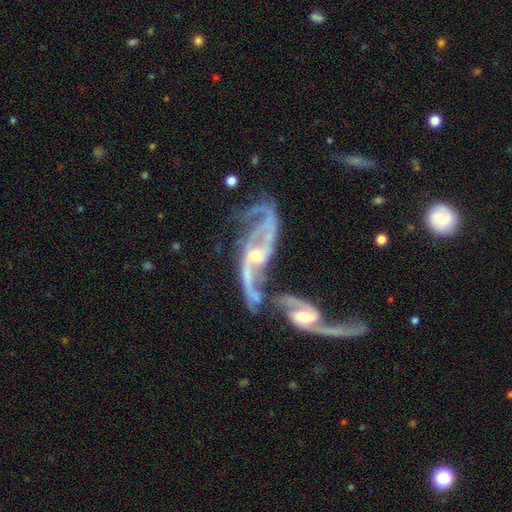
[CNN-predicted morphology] smooth-or-featured: featured or disk: 89% | star or artifact: 6% | smooth: 5%
  disk-edge-on: no: 90% | yes: 10%
    bar: no: 43% | weak: 38% | strong: 18%
    has-spiral-arms: yes: 95% | no: 5%
      spiral-winding: loose: 60% | medium: 29% | tight: 11%
      spiral-arm-count: 2: 82% | can't tell: 7% | 3: 4% | 1: 3% | 4: 2% | more than 4: 2%
    bulge-size: small: 52% | moderate: 38% | none: 6% | large: 3% | dominant: 1%
  merging: merger: 63% | none: 16% | major disturbance: 12% | minor disturbance: 9%